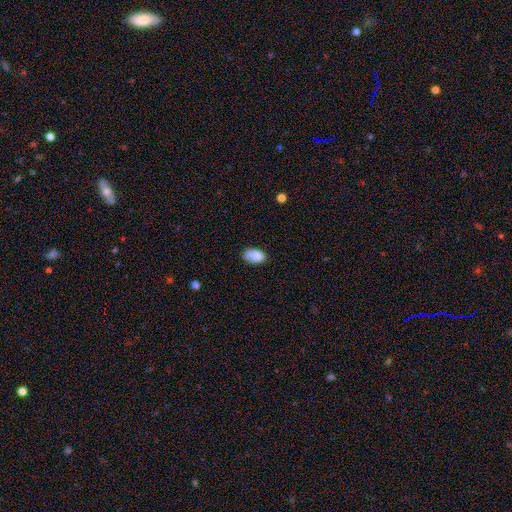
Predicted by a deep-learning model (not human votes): Morphology: type=smooth (79%); roundness=in between (89%); merging=none (57%).